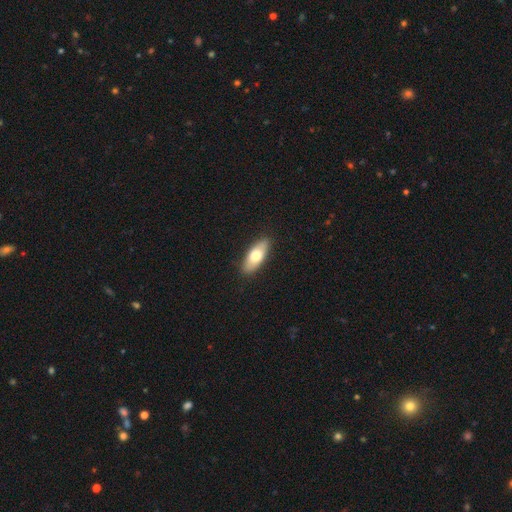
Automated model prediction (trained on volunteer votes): This appears to be a smooth galaxy with no disk features (71%) that is in between round and cigar-shaped (77%). Merging: none (89%).